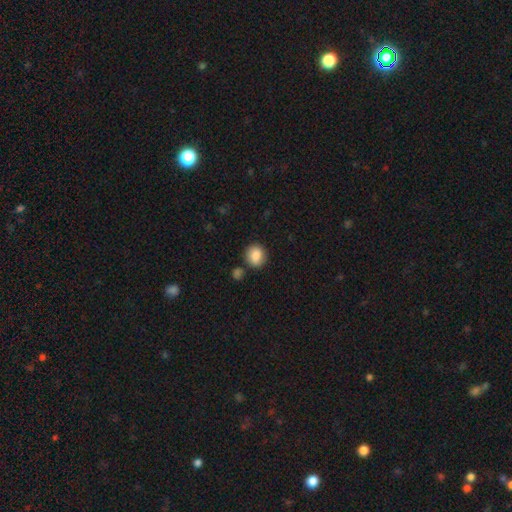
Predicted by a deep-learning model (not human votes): This appears to be a smooth galaxy with no disk features (86%) that is round (79%). Merging: none (81%).